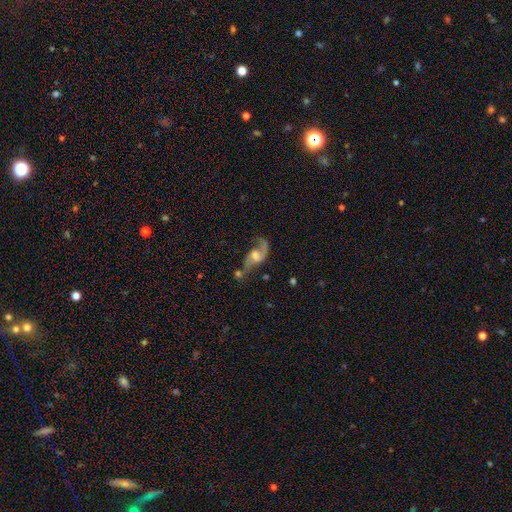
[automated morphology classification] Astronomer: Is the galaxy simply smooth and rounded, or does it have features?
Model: featured or disk — 83%.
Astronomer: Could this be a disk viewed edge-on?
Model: no — 96%.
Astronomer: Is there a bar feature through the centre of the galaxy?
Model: no — 48% (runner-up: weak, 42%).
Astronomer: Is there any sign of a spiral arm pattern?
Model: yes — 93%.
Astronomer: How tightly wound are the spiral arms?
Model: loose — 69%.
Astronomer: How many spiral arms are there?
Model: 2 — 82%.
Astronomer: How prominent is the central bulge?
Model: moderate — 49% (runner-up: small, 29%).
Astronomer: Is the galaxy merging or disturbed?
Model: none — 43% (runner-up: major disturbance, 20%).